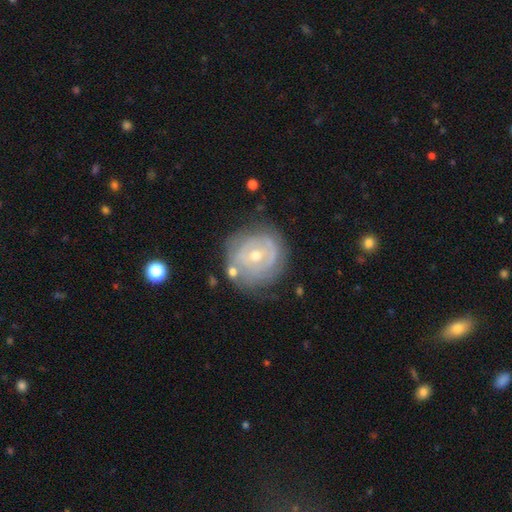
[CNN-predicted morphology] smooth_or_featured: featured or disk (p=0.72) [alt: smooth p=0.21]
disk_edge_on: no (p=0.97) [alt: yes p=0.03]
bar: no (p=0.71) [alt: weak p=0.24]
has_spiral_arms: yes (p=0.70) [alt: no p=0.30]
bulge_size: moderate (p=0.54) [alt: small p=0.42]
merging: none (p=0.68) [alt: minor disturbance p=0.19]